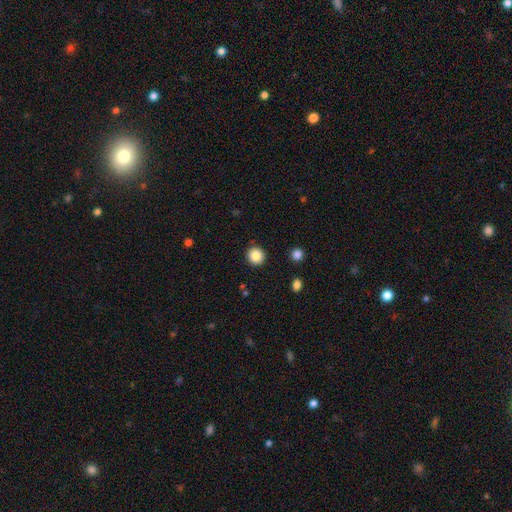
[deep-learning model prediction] Q: Smooth or featured?
A: smooth (86%); runner-up: star or artifact (10%)
Q: How rounded?
A: round (94%); runner-up: in between (5%)
Q: Merging?
A: none (92%); runner-up: minor disturbance (5%)